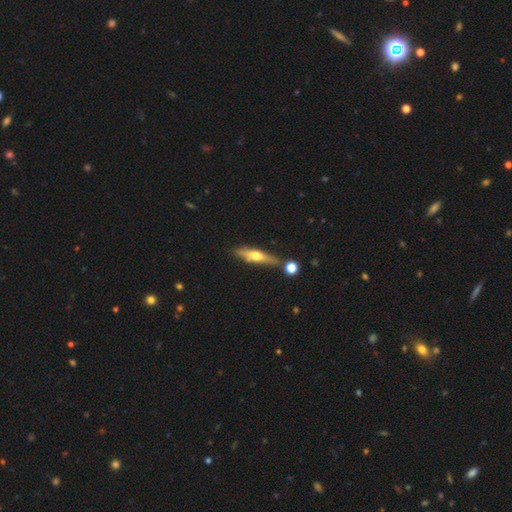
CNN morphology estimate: Smooth or featured? Predicted: featured or disk (p=0.52). Edge-on disk? Predicted: yes (p=0.91). Merging? Predicted: none (p=0.76).